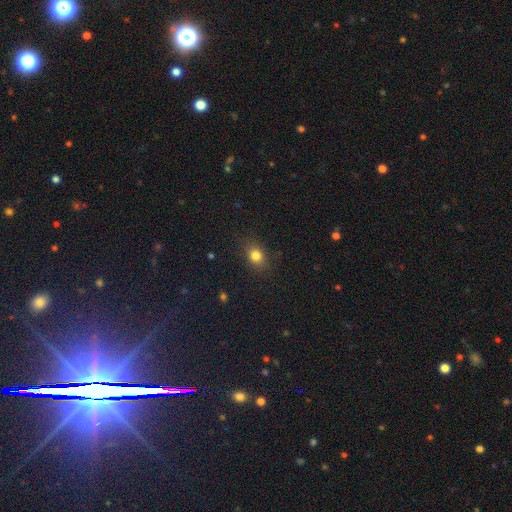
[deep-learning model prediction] The model was most divided on "how rounded": in between: 51%, round: 48%, cigar-shaped: 2%. More confident: merging — none (84%); smooth or featured — smooth (81%).